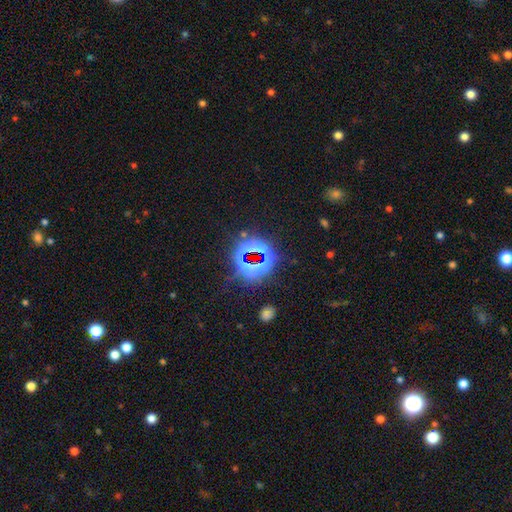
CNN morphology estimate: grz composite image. It shows a star or artifact, not a galaxy (83%).